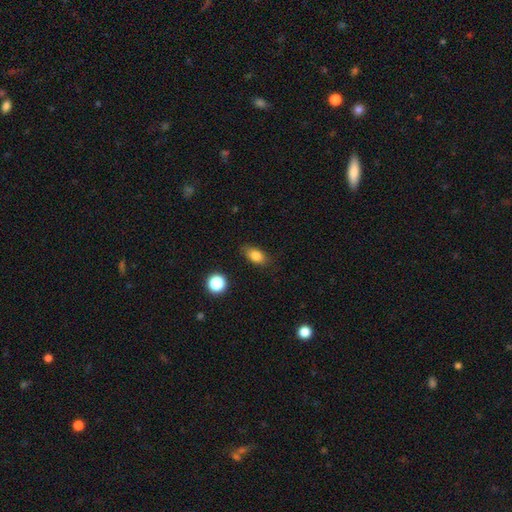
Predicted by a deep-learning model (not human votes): Overall: smooth (82%). How rounded: in between (83%). Merging: none (82%).